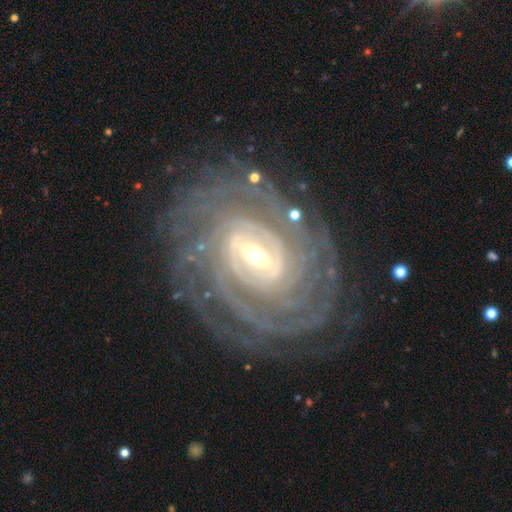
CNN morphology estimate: A featured or disk galaxy (92%) with a strong bar (49%), tight (83%) spiral arms (98%) and a small central bulge (50%). Merging: none (81%).